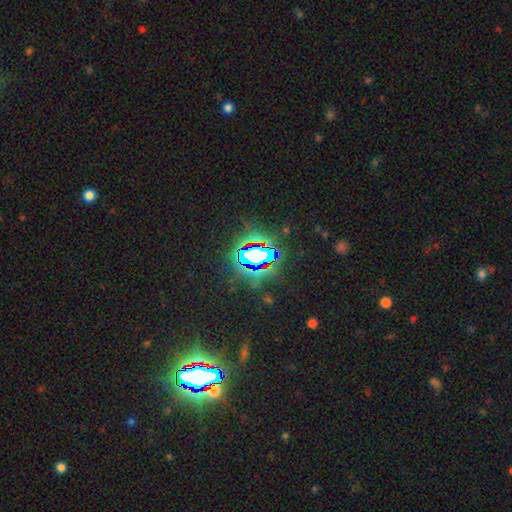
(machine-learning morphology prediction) Smooth or featured? star or artifact (76%)